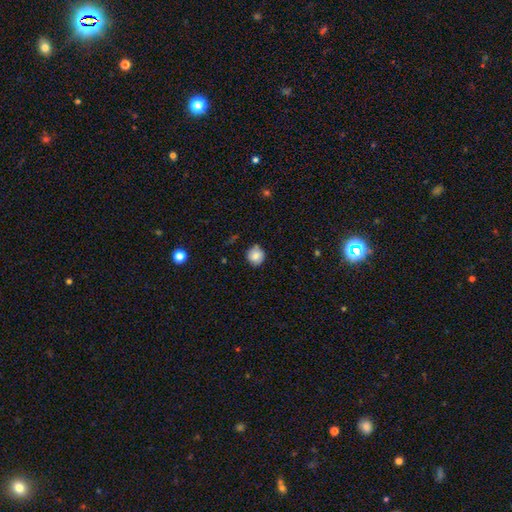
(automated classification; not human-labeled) Overall: smooth (80%). How rounded: round (88%). Merging: none (79%).